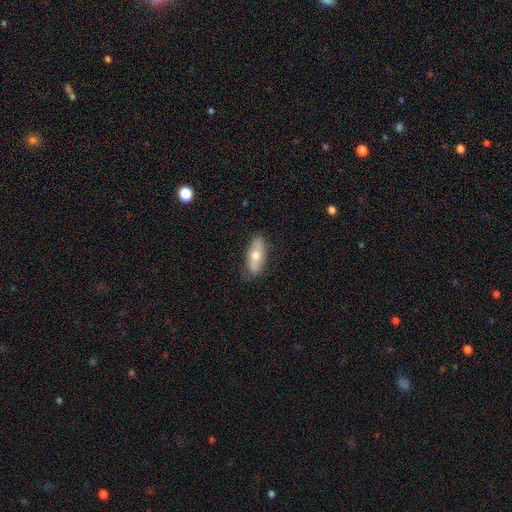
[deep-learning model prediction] Q: Smooth or featured?
A: smooth (63%); runner-up: featured or disk (32%)
Q: How rounded?
A: in between (80%); runner-up: cigar-shaped (17%)
Q: Merging?
A: none (81%); runner-up: minor disturbance (15%)